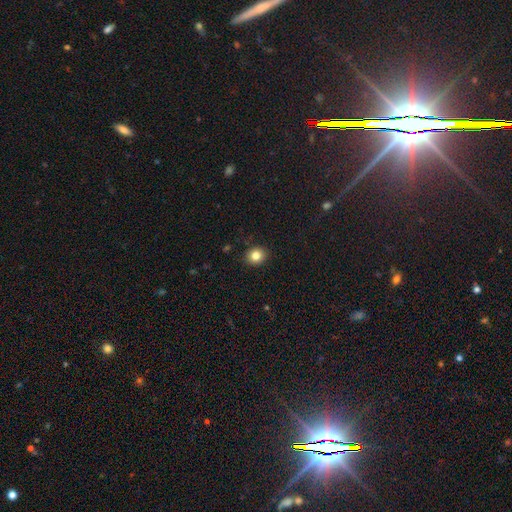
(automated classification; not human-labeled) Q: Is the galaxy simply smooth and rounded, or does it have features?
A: smooth — 83%.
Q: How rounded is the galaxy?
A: round — 71%.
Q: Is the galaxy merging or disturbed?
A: none — 90%.